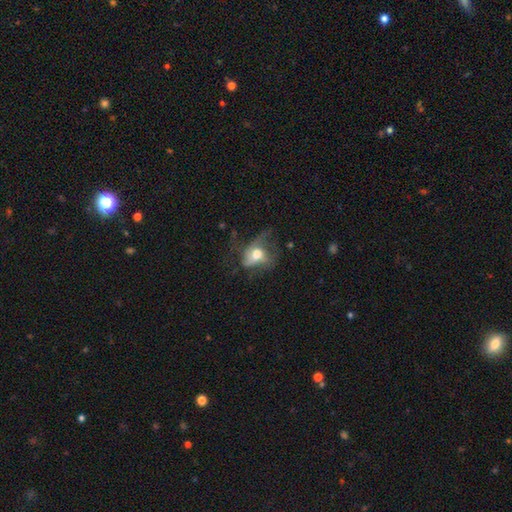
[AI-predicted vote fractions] Smooth or featured? Predicted: featured or disk (p=0.47). Merging? Predicted: major disturbance (p=0.48).